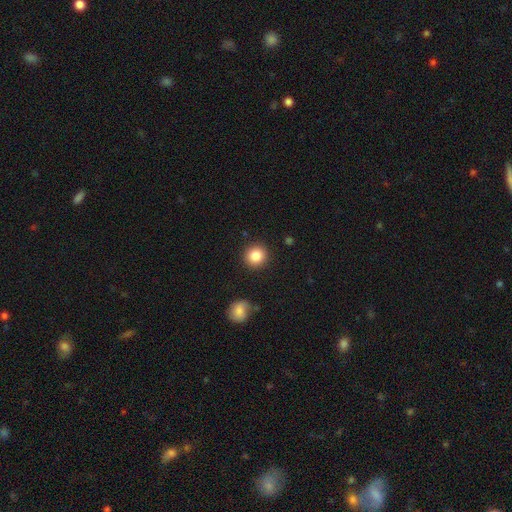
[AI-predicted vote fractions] smooth 86%, star or artifact 9%, featured or disk 5%. Down the decision tree: how rounded — round (91%); merging — none (90%).